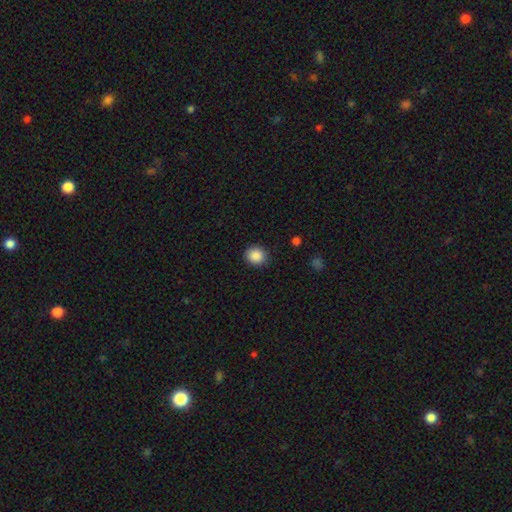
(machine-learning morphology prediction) This appears to be a smooth galaxy with no disk features (88%) that is round (79%). Merging: none (89%).